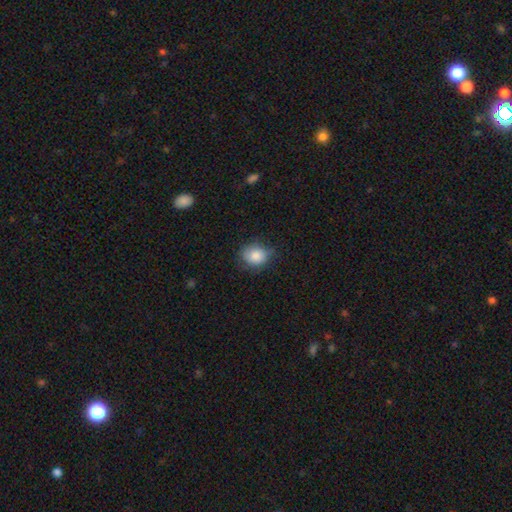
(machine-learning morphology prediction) smooth_or_featured: smooth (p=0.84) [alt: featured or disk p=0.08]
how_rounded: round (p=0.63) [alt: in between p=0.36]
merging: none (p=0.65) [alt: minor disturbance p=0.27]